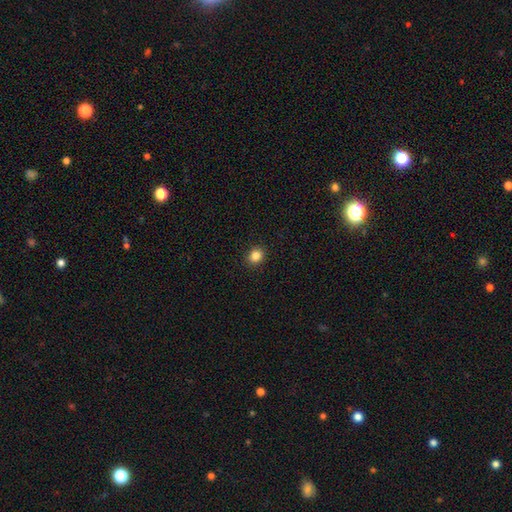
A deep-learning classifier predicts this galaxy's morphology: Smooth or featured? smooth (84%)
How rounded? round (73%)
Merging? none (92%)